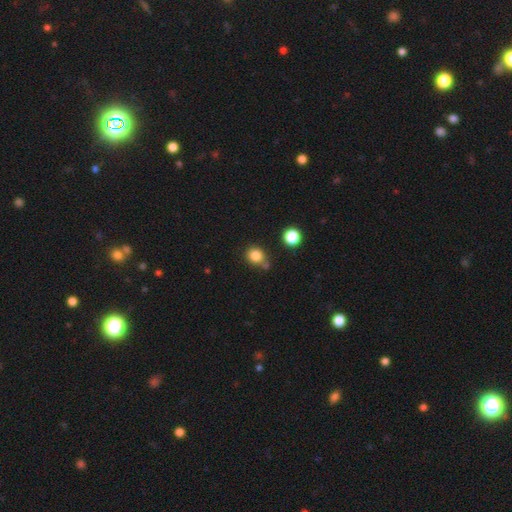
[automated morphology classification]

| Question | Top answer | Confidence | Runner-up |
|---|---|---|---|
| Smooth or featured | smooth | 83% | star or artifact (12%) |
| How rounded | round | 84% | in between (15%) |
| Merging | none | 68% | merger (15%) |